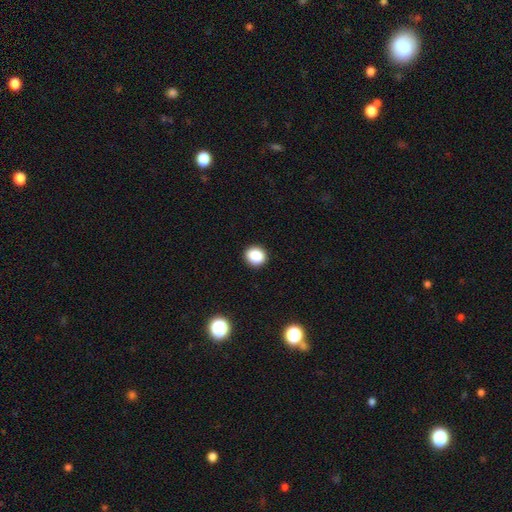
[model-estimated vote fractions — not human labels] Q: Smooth or featured?
A: smooth (87%); runner-up: star or artifact (9%)
Q: How rounded?
A: round (80%); runner-up: in between (19%)
Q: Merging?
A: none (91%); runner-up: minor disturbance (6%)